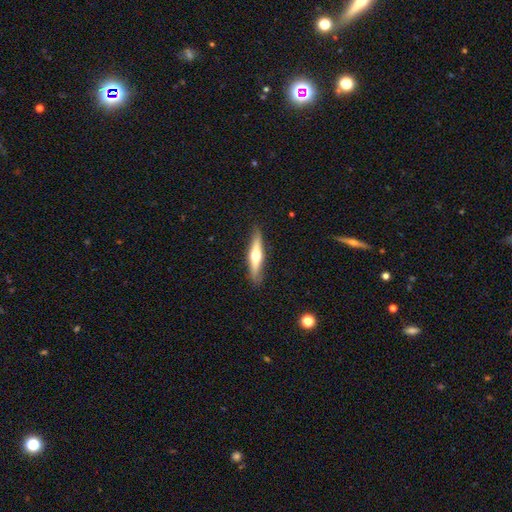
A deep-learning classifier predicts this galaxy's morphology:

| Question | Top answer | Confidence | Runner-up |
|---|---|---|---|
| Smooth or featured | featured or disk | 56% | smooth (39%) |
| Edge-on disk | yes | 94% | no (6%) |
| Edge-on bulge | rounded | 92% | none (5%) |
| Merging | none | 88% | minor disturbance (9%) |